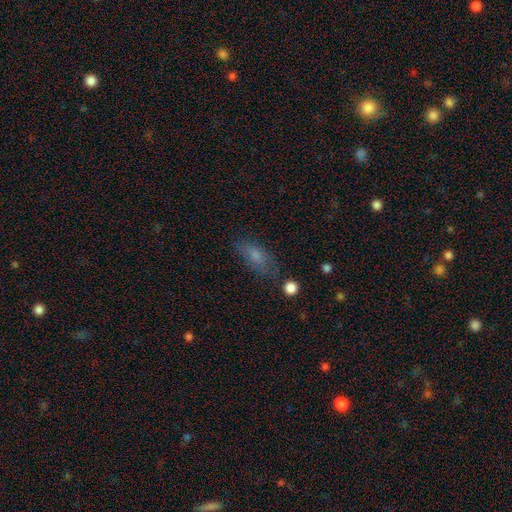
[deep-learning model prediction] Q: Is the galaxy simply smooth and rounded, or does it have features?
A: smooth — 71%.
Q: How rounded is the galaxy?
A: in between — 77%.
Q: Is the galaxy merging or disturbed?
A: none — 70%.